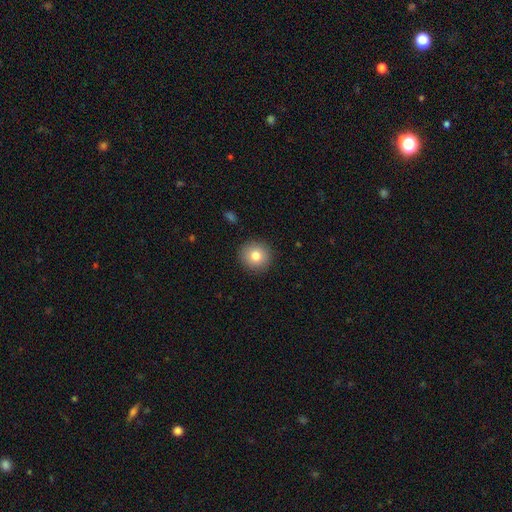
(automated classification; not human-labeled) smooth-or-featured: smooth: 80% | star or artifact: 10% | featured or disk: 10%
  how-rounded: round: 93% | in between: 6% | cigar-shaped: 1%
  merging: none: 91% | minor disturbance: 6% | major disturbance: 2% | merger: 1%